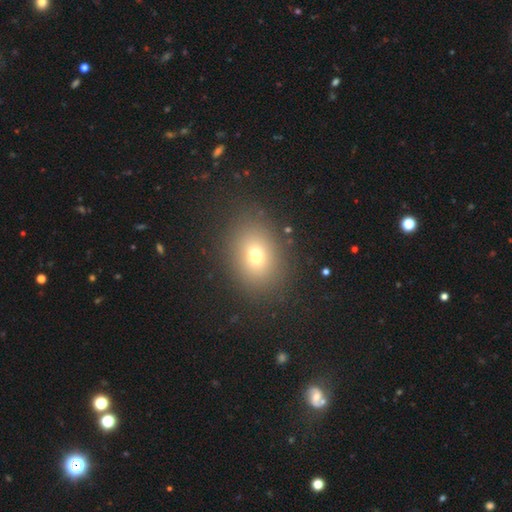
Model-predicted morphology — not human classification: Smooth or featured? smooth (71%)
How rounded? in between (58%)
Merging? none (86%)